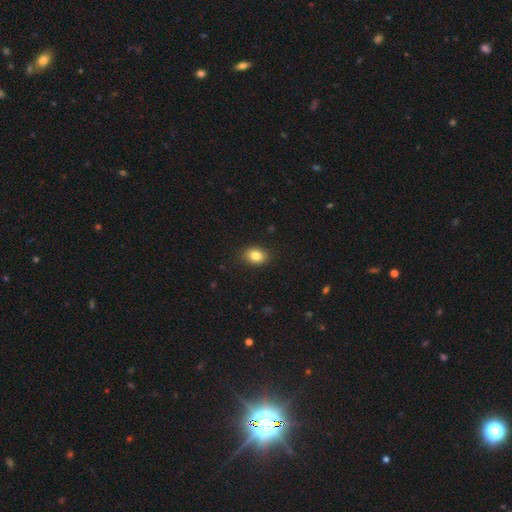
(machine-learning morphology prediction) Overall: smooth (84%). How rounded: in between (67%; round 32%). Merging: none (87%).